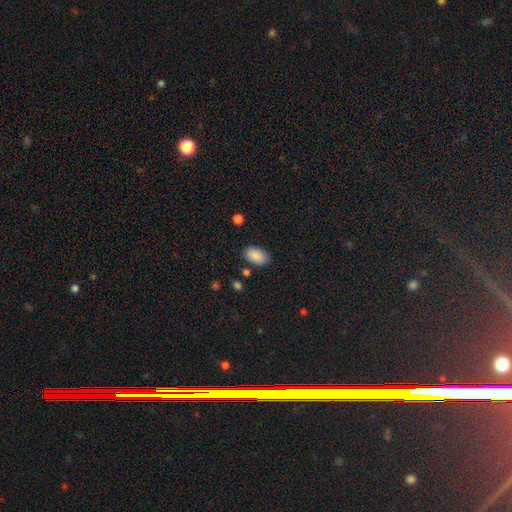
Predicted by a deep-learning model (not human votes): Smooth or featured? smooth (90%)
How rounded? in between (93%)
Merging? none (83%)